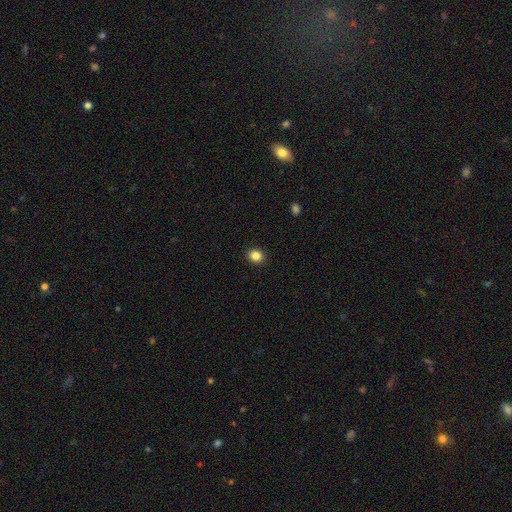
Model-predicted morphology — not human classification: This is clearly a smooth galaxy (85%). How rounded: likely round (64%). Merging: clearly none (92%).